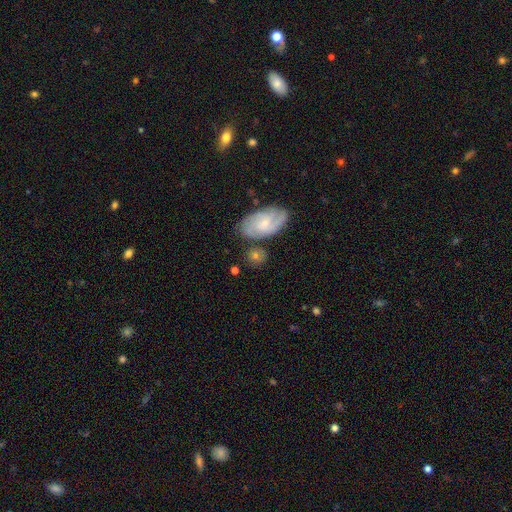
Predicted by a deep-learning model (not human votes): This appears to be a smooth galaxy with no disk features (54%) that is round (51%). Merging: none (70%).